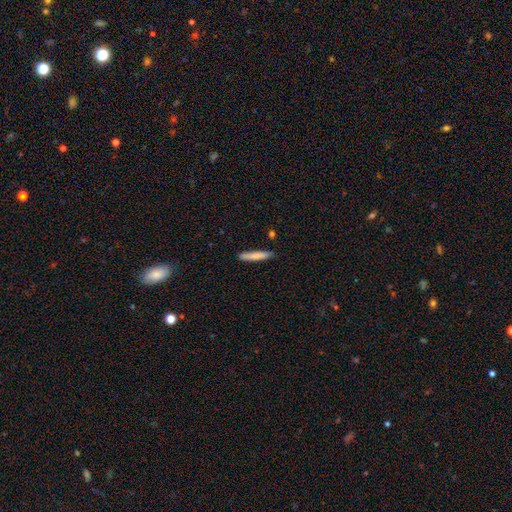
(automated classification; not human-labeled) Smooth or featured? smooth (81%)
How rounded? cigar-shaped (91%)
Merging? none (85%)